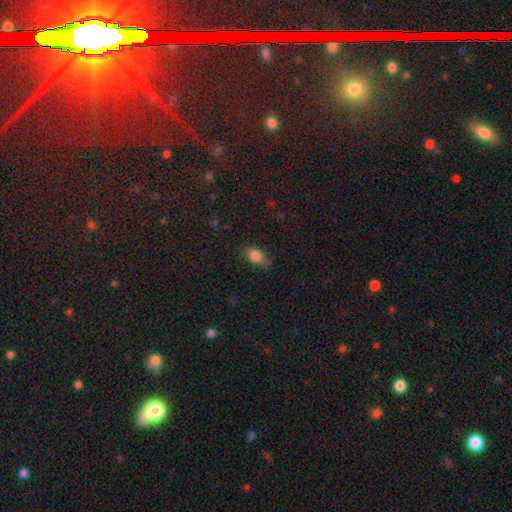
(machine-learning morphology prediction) smooth 81%, featured or disk 10%, star or artifact 10%. Down the decision tree: how rounded — in between (83%); merging — none (75%).